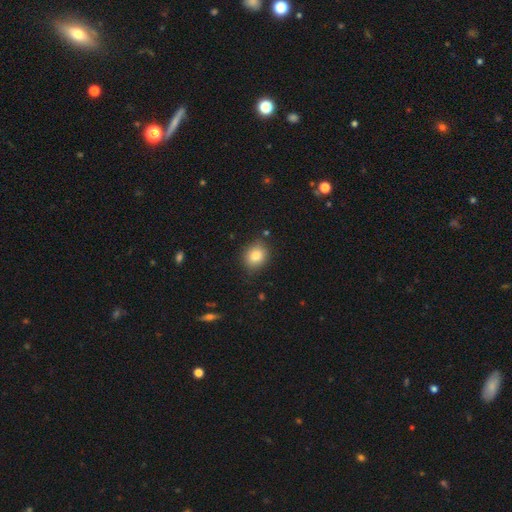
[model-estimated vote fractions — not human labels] Q: Smooth or featured?
A: smooth (83%); runner-up: star or artifact (10%)
Q: How rounded?
A: round (59%); runner-up: in between (40%)
Q: Merging?
A: none (84%); runner-up: minor disturbance (12%)